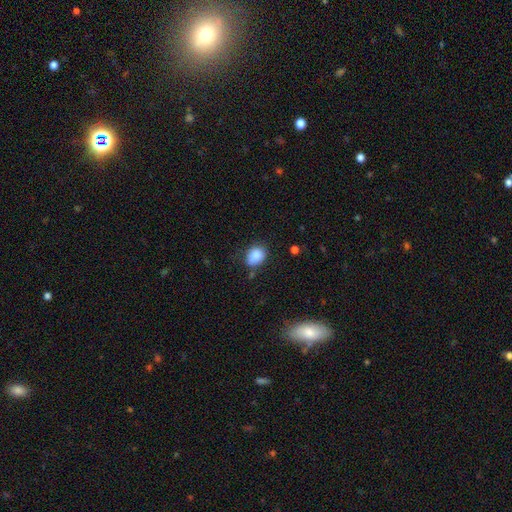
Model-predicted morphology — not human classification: Smooth or featured?
  - smooth: 86% *
  - star or artifact: 9%
  - featured or disk: 5%
How rounded?
  - in between: 60% *
  - round: 39%
  - cigar-shaped: 1%
Merging?
  - none: 69% *
  - minor disturbance: 22%
  - major disturbance: 5%
  - merger: 3%